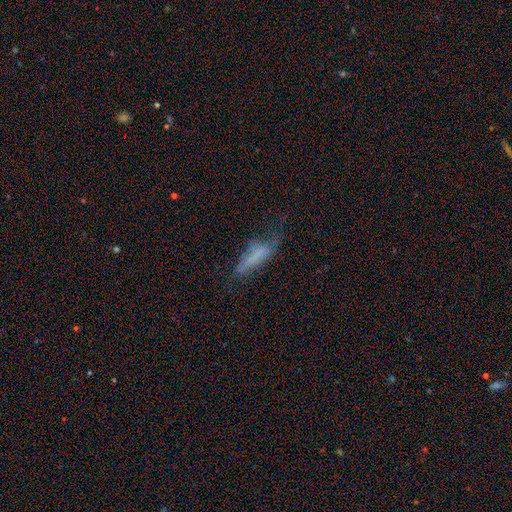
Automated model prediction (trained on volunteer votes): Q: Smooth or featured?
A: smooth (57%); runner-up: featured or disk (30%)
Q: How rounded?
A: cigar-shaped (58%); runner-up: in between (40%)
Q: Merging?
A: none (34%); runner-up: major disturbance (31%)